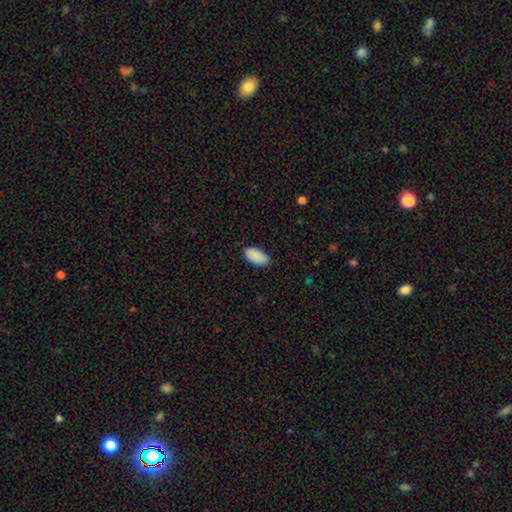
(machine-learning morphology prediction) smooth 89%, star or artifact 6%, featured or disk 4%. Down the decision tree: how rounded — in between (94%); merging — none (84%).